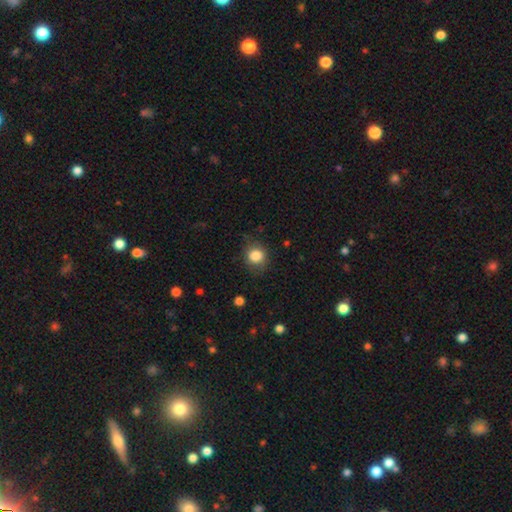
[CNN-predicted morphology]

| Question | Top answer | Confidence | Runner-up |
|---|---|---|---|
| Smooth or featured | smooth | 84% | star or artifact (9%) |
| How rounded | round | 75% | in between (24%) |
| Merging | none | 74% | minor disturbance (18%) |